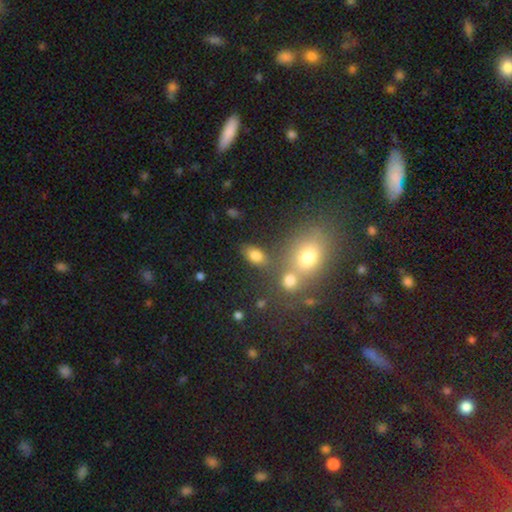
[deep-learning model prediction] The model was most divided on "merging": none: 67%, merger: 15%, minor disturbance: 13%, major disturbance: 5%. More confident: how rounded — in between (82%); smooth or featured — smooth (78%).